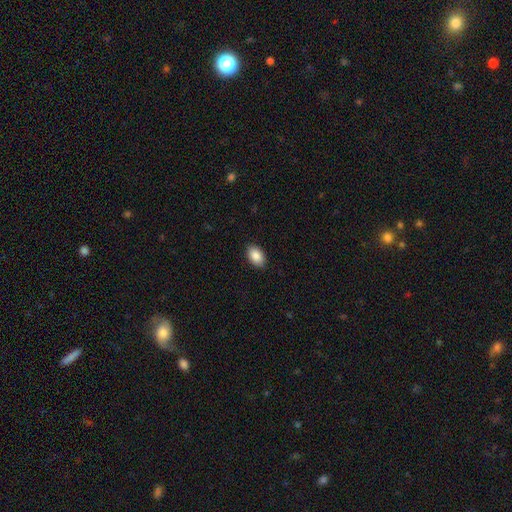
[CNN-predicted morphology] This appears to be a smooth galaxy with no disk features (89%) that is in between round and cigar-shaped (92%). Merging: none (90%).